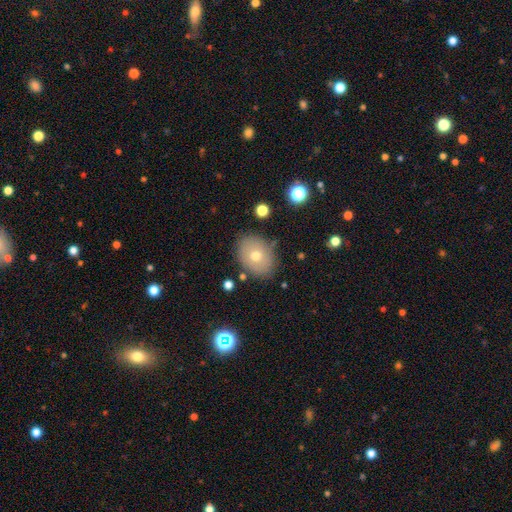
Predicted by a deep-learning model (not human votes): This appears to be a smooth galaxy with no disk features (68%) that is in between round and cigar-shaped (61%). Merging: none (80%).